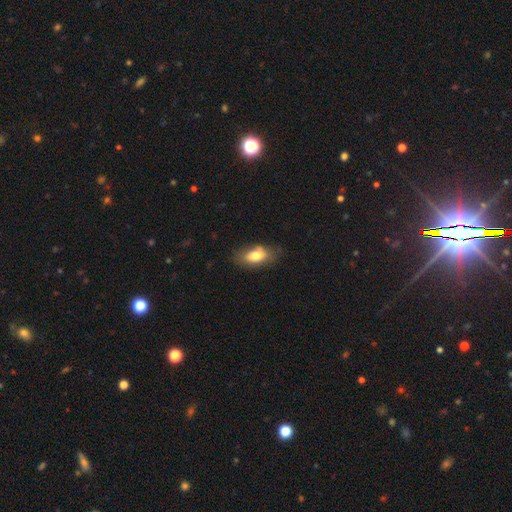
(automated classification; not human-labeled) A smooth galaxy with no disk features (73%) that is in between round and cigar-shaped (89%). Merging: none (64%).